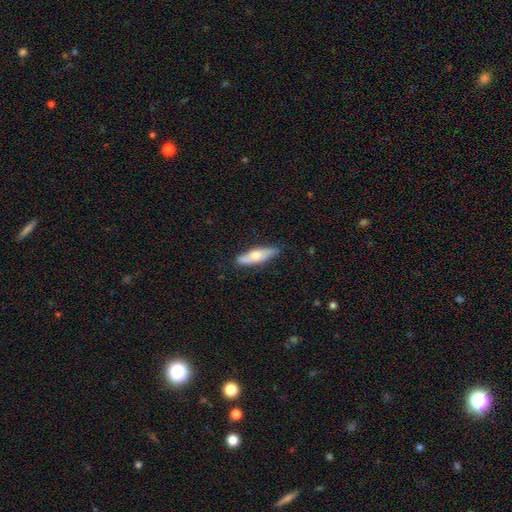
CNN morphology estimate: smooth-or-featured: smooth: 56% | featured or disk: 39% | star or artifact: 5%
  how-rounded: cigar-shaped: 54% | in between: 43% | round: 2%
  merging: none: 81% | minor disturbance: 15% | major disturbance: 3% | merger: 1%